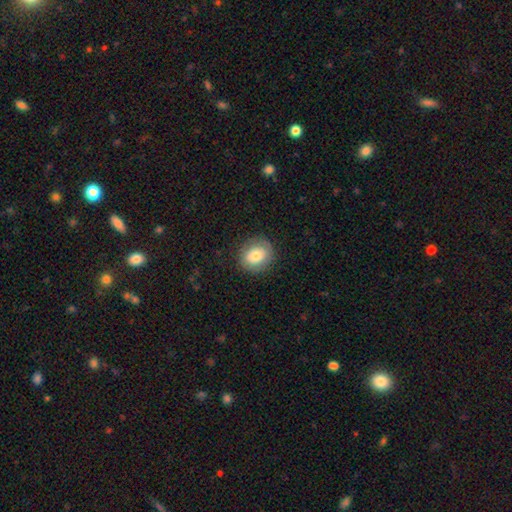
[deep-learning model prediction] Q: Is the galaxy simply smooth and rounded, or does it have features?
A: smooth — 79%.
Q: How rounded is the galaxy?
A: round — 62%.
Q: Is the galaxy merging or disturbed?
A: none — 84%.